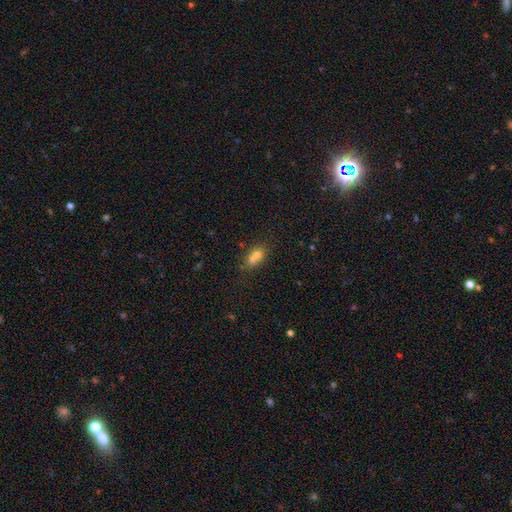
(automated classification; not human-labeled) A smooth galaxy with no disk features (66%) that is in between round and cigar-shaped (56%). Merging: merger (52%).